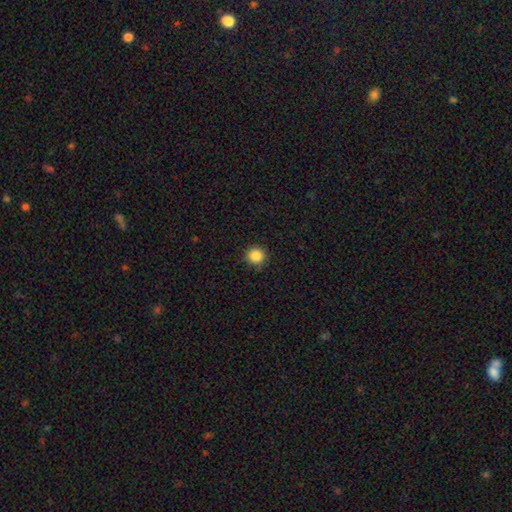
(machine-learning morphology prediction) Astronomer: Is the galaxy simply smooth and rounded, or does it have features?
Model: smooth — 86%.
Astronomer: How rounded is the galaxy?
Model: round — 94%.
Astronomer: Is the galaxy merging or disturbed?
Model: none — 89%.